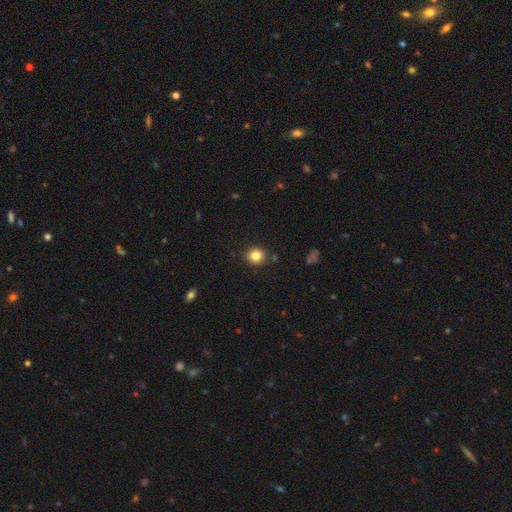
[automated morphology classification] A smooth galaxy with no disk features (83%) that is round (87%).

Vote fractions:
- Smooth or featured? smooth: 83% / star or artifact: 12% / featured or disk: 6%
- How rounded? round: 87% / in between: 12% / cigar-shaped: 1%
- Merging? none: 89% / minor disturbance: 7% / merger: 2% / major disturbance: 2%